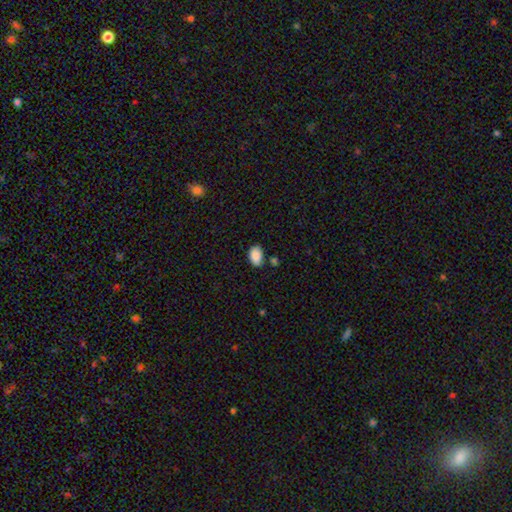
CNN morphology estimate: smooth 89%, star or artifact 7%, featured or disk 3%. Down the decision tree: how rounded — in between (91%); merging — none (76%).